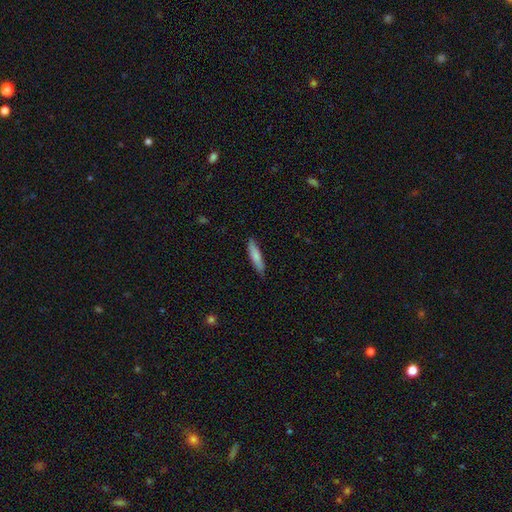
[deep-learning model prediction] smooth-or-featured: smooth: 78% | featured or disk: 16% | star or artifact: 6%
  how-rounded: cigar-shaped: 81% | in between: 18% | round: 1%
  merging: none: 86% | minor disturbance: 11% | major disturbance: 2% | merger: 1%